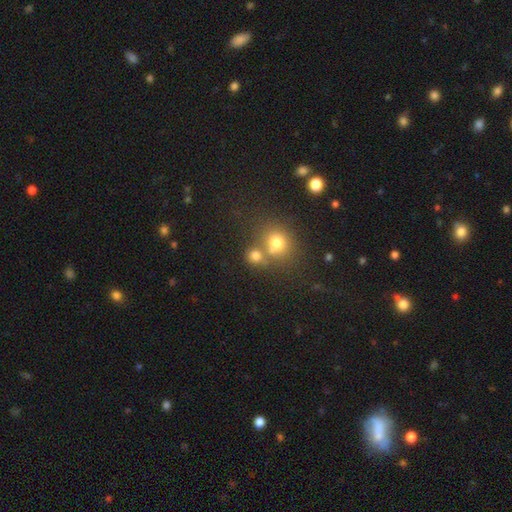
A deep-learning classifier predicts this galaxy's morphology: Overall: smooth (74%). How rounded: round (80%). Merging: none (52%; merger 36%).